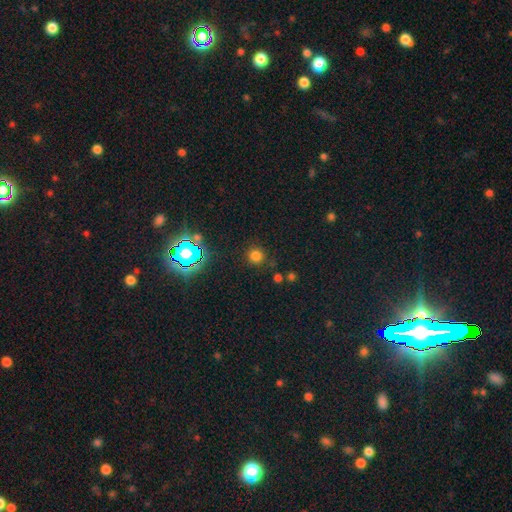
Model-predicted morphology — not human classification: Q: Smooth or featured?
A: smooth (72%); runner-up: star or artifact (22%)
Q: How rounded?
A: round (93%); runner-up: in between (6%)
Q: Merging?
A: none (84%); runner-up: minor disturbance (9%)